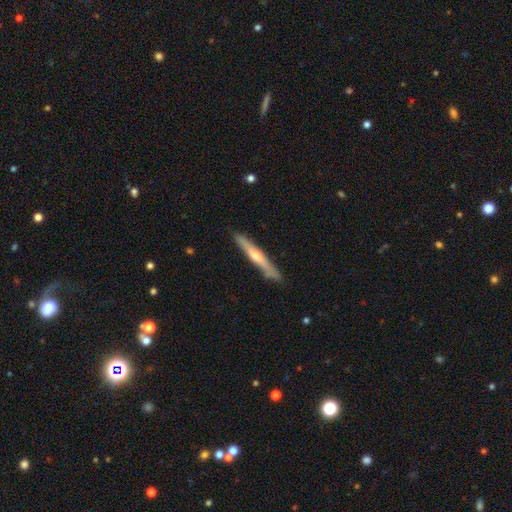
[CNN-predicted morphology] This is possibly a featured or disk galaxy (55%). It is clearly viewed edge-on (95%). Edge-on bulge: likely rounded (72%). Merging: clearly none (86%).